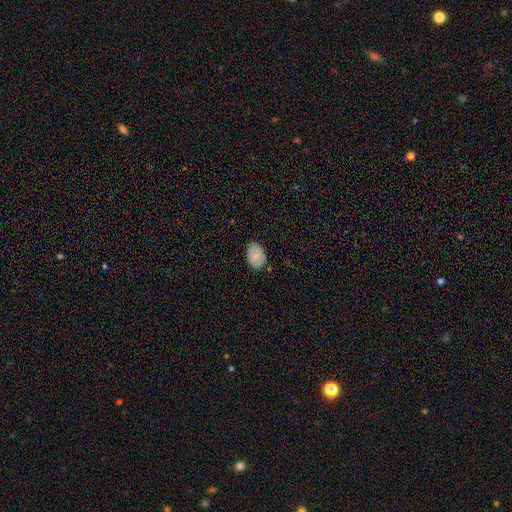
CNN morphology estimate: Smooth or featured?
  - smooth: 82% *
  - featured or disk: 10%
  - star or artifact: 8%
How rounded?
  - in between: 85% *
  - round: 14%
  - cigar-shaped: 1%
Merging?
  - none: 81% *
  - minor disturbance: 16%
  - major disturbance: 2%
  - merger: 1%